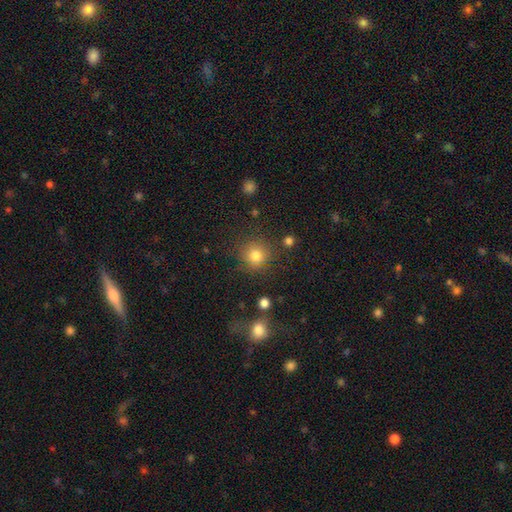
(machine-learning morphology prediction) Smooth or featured? smooth (80%)
How rounded? round (92%)
Merging? none (83%)